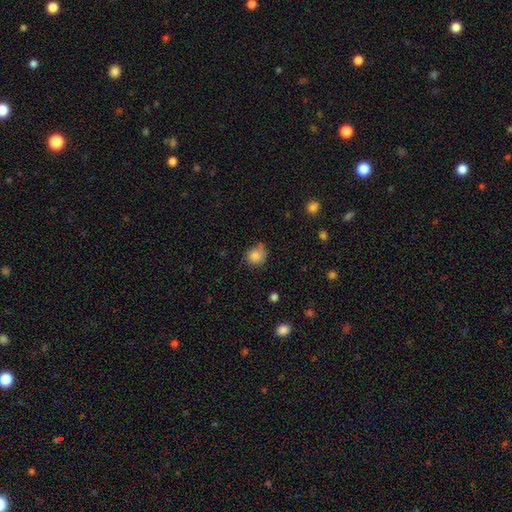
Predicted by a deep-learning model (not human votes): A smooth galaxy with no disk features (82%) that is round (77%). Merging: none (57%).